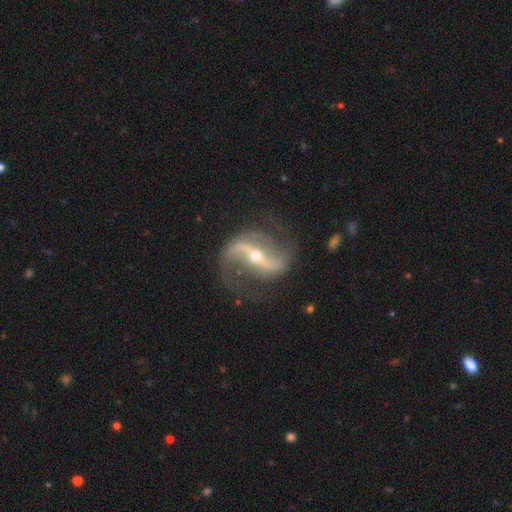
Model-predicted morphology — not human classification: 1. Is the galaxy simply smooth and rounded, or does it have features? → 91% featured or disk, 5% star or artifact, 4% smooth.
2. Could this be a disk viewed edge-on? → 95% no, 5% yes.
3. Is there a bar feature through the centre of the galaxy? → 62% strong, 23% weak, 15% no.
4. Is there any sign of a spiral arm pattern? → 96% yes, 4% no.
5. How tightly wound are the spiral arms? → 67% loose, 26% medium, 7% tight.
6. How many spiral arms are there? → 93% 2, 2% 1, 2% can't tell, 1% 3, 1% 4, 1% more than 4.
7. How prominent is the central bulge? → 50% small, 47% moderate, 2% large, 1% none, 1% dominant.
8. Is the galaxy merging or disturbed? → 76% none, 14% minor disturbance, 8% major disturbance, 2% merger.